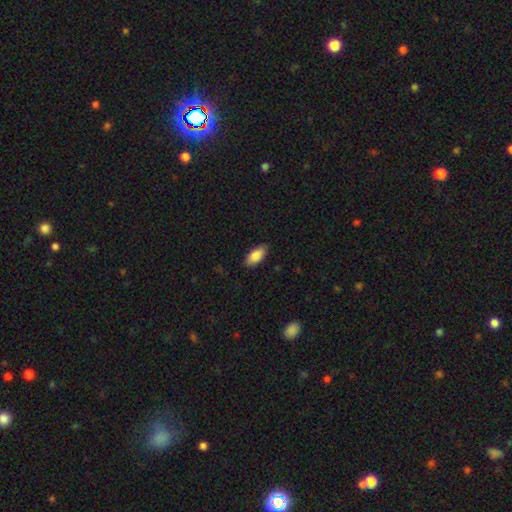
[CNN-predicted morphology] smooth_or_featured: smooth (p=0.87) [alt: featured or disk p=0.07]
how_rounded: in between (p=0.90) [alt: cigar-shaped p=0.08]
merging: none (p=0.87) [alt: minor disturbance p=0.10]